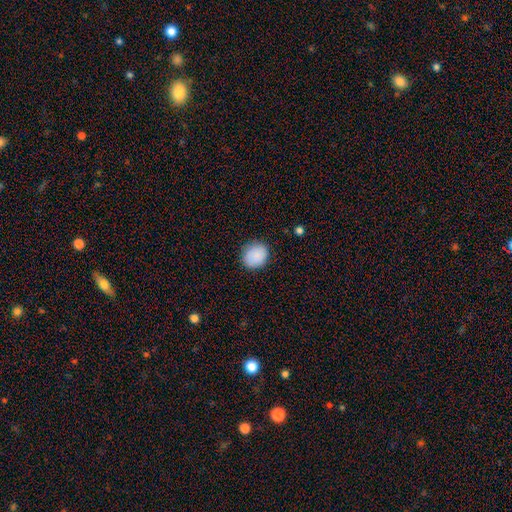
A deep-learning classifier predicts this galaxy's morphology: A smooth galaxy with no disk features (89%) that is round (63%). Merging: none (85%).